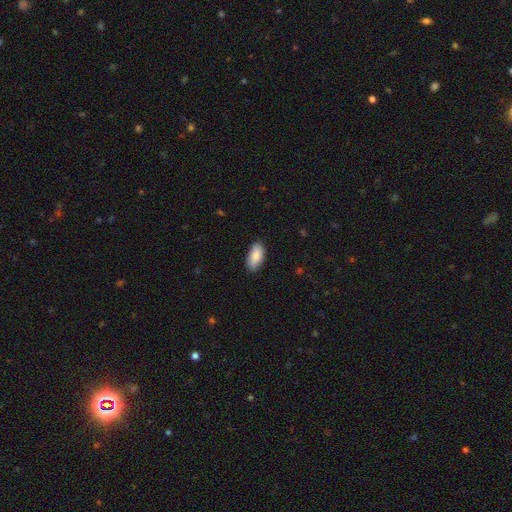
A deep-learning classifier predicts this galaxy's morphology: Smooth or featured? smooth (86%)
How rounded? in between (91%)
Merging? none (86%)